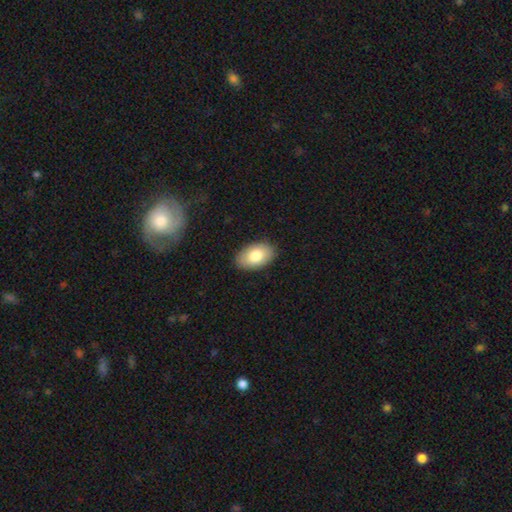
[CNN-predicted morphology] Smooth or featured? Predicted: smooth (p=0.80). How rounded? Predicted: in between (p=0.93). Merging? Predicted: none (p=0.88).